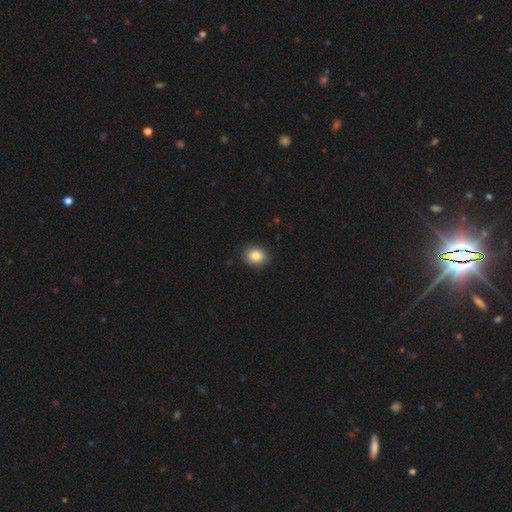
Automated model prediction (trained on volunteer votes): smooth-or-featured: smooth: 86% | star or artifact: 9% | featured or disk: 5%
  how-rounded: in between: 53% | round: 47% | cigar-shaped: 1%
  merging: none: 88% | minor disturbance: 9% | major disturbance: 2% | merger: 1%